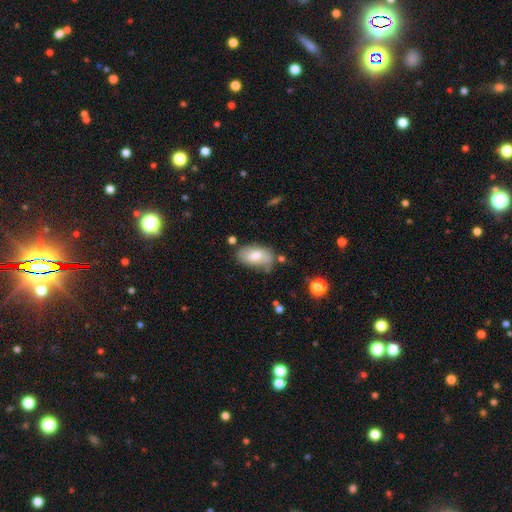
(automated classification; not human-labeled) This appears to be a smooth galaxy with no disk features (73%) that is in between round and cigar-shaped (94%). Merging: none (61%).